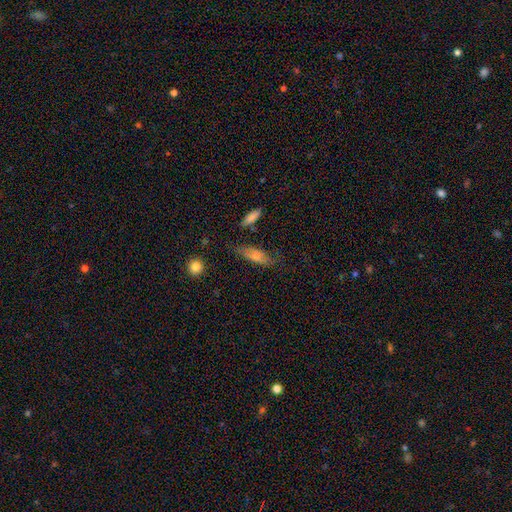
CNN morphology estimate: Smooth or featured? Predicted: smooth (p=0.71). How rounded? Predicted: in between (p=0.59). Merging? Predicted: none (p=0.65).